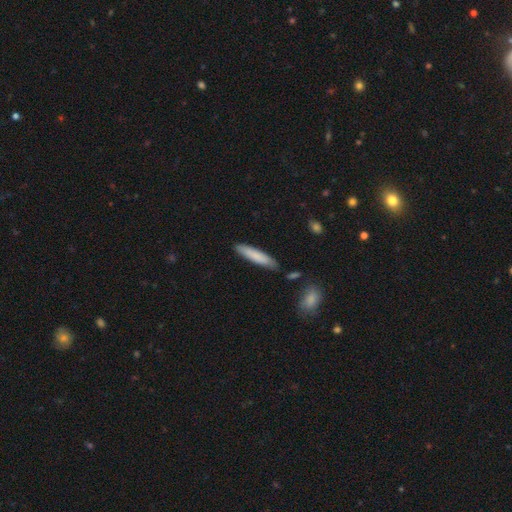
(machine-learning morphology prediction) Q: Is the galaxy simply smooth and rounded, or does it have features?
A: smooth — 80%.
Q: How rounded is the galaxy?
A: cigar-shaped — 86%.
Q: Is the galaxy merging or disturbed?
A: none — 84%.